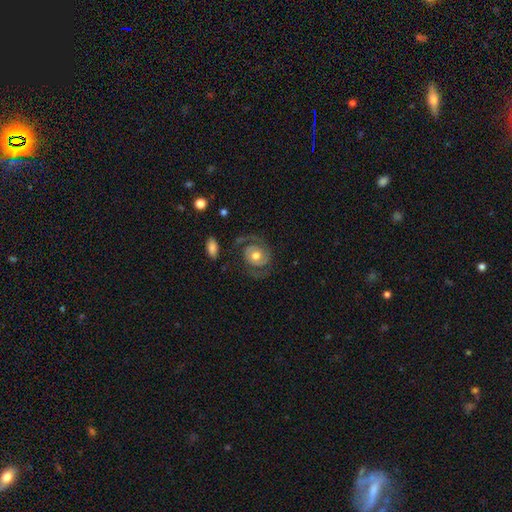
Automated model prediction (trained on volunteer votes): Smooth or featured? featured or disk (81%)
Edge-on disk? no (98%)
Bar? no (69%)
Spiral arms? yes (93%)
Spiral winding? medium (46%)
Spiral arm count? 2 (87%)
Bulge size? moderate (74%)
Merging? none (72%)